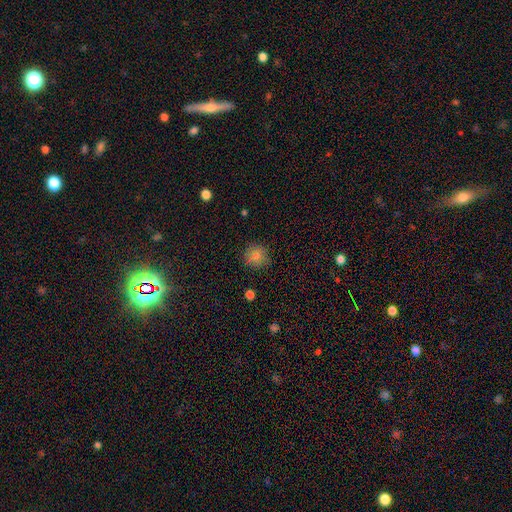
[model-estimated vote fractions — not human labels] Overall: smooth (79%). How rounded: round (92%). Merging: none (87%).